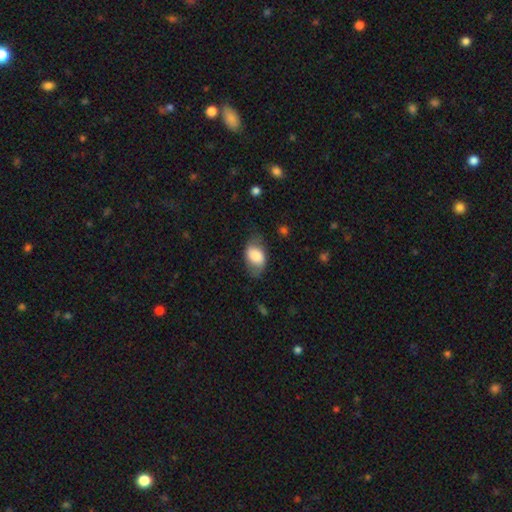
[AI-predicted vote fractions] This appears to be a smooth galaxy with no disk features (72%) that is in between round and cigar-shaped (86%). Merging: none (59%).